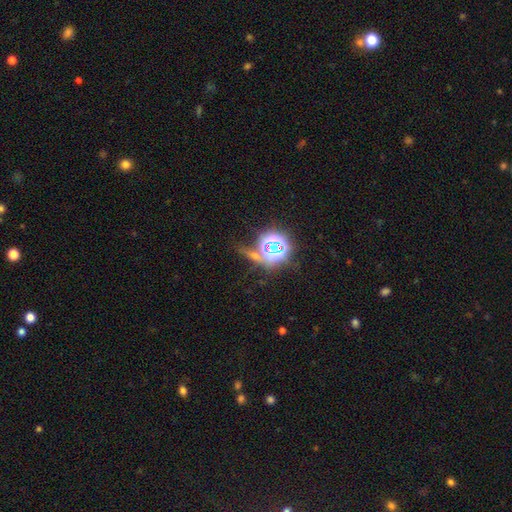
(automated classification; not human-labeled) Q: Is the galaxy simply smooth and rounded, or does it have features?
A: star or artifact — 66%.